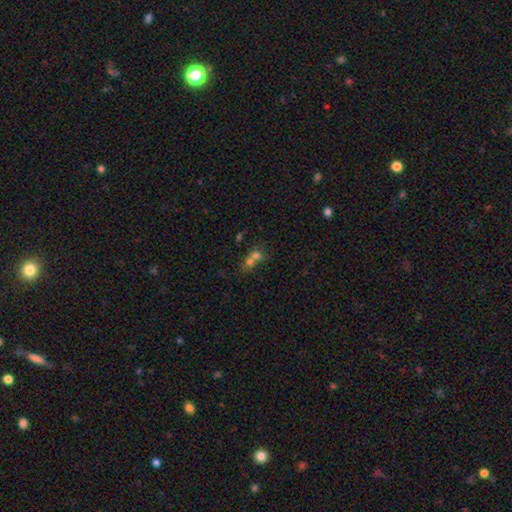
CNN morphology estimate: Q: Smooth or featured?
A: smooth (64%); runner-up: featured or disk (19%)
Q: How rounded?
A: round (64%); runner-up: in between (34%)
Q: Merging?
A: merger (69%); runner-up: none (22%)